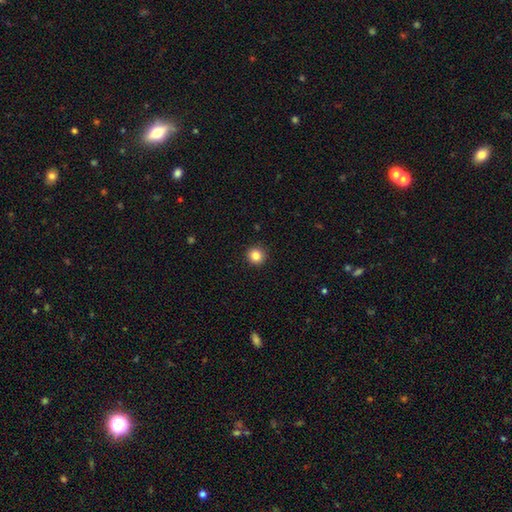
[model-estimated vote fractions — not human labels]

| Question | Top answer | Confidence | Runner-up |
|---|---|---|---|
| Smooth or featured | smooth | 84% | star or artifact (11%) |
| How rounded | round | 94% | in between (5%) |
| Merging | none | 93% | minor disturbance (5%) |